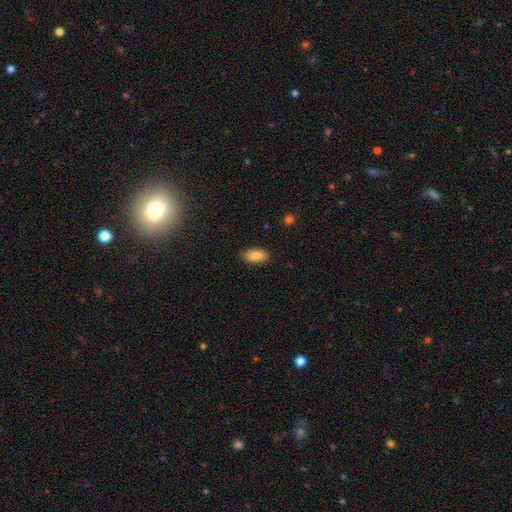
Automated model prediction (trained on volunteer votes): smooth 85%, featured or disk 7%, star or artifact 7%. Down the decision tree: how rounded — in between (88%); merging — none (87%).